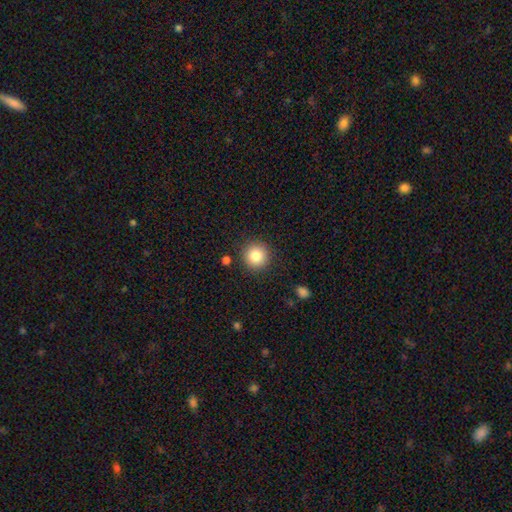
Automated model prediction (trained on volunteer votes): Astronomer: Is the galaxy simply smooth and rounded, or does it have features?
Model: smooth — 84%.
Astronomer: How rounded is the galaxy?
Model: round — 94%.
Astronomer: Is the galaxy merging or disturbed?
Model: none — 89%.